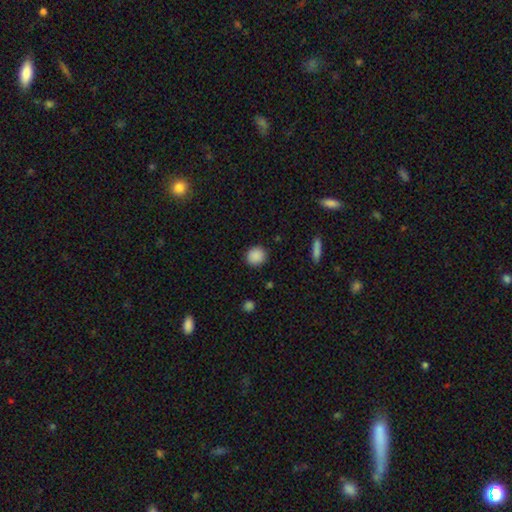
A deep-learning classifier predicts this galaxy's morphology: This is clearly a smooth galaxy (88%). How rounded: clearly round (86%). Merging: clearly none (90%).